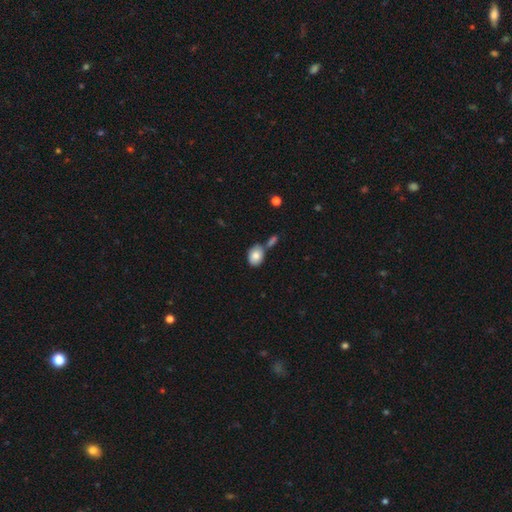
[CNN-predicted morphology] This is clearly a smooth galaxy (82%). How rounded: likely in between (74%). Merging: possibly none (58%).